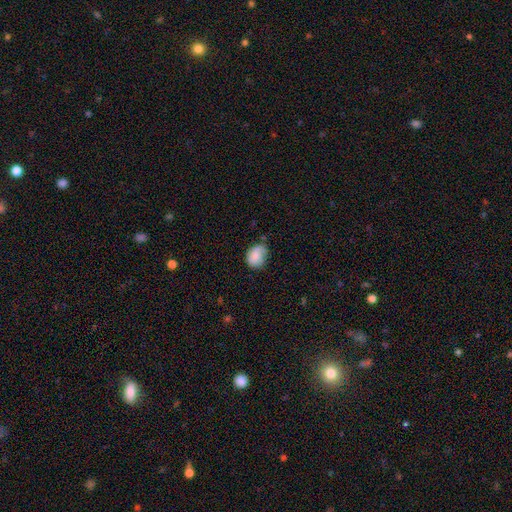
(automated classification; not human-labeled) Morphology: type=smooth (71%); roundness=in between (52%); merging=none (57%).